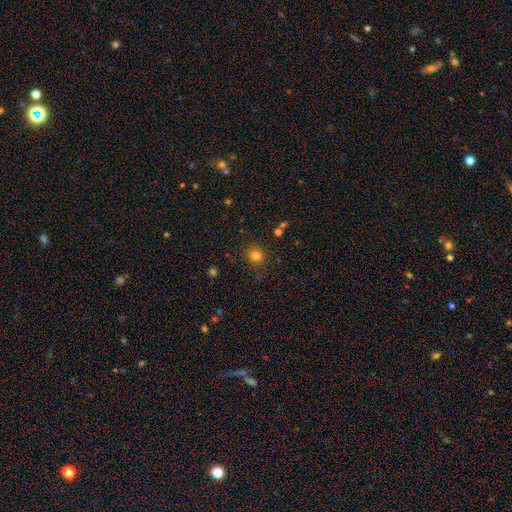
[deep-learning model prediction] smooth 79%, star or artifact 15%, featured or disk 6%. Down the decision tree: how rounded — round (87%); merging — none (85%).